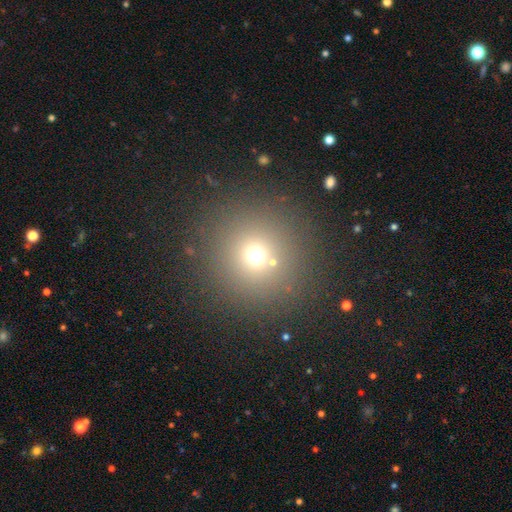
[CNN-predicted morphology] type=smooth (66%); roundness=round (93%); merging=none (85%).